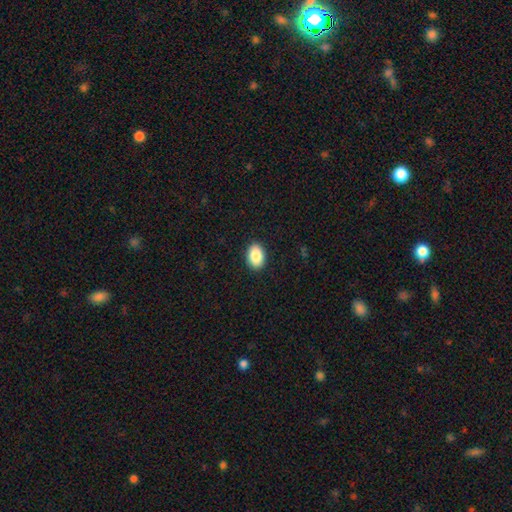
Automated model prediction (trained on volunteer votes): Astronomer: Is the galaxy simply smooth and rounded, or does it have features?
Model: smooth — 88%.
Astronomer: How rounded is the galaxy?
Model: in between — 83%.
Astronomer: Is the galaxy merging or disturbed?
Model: none — 91%.